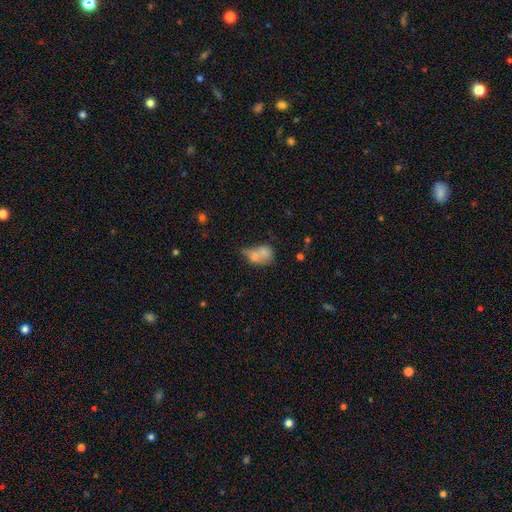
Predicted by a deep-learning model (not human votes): This appears to be a smooth galaxy with no disk features (72%) that is in between round and cigar-shaped (71%). Merging: merger (56%).